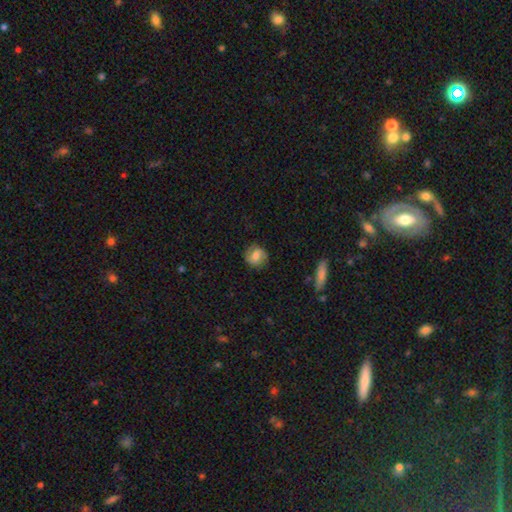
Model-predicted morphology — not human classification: This is possibly a smooth galaxy (56%). How rounded: likely round (78%). Merging: clearly none (81%).